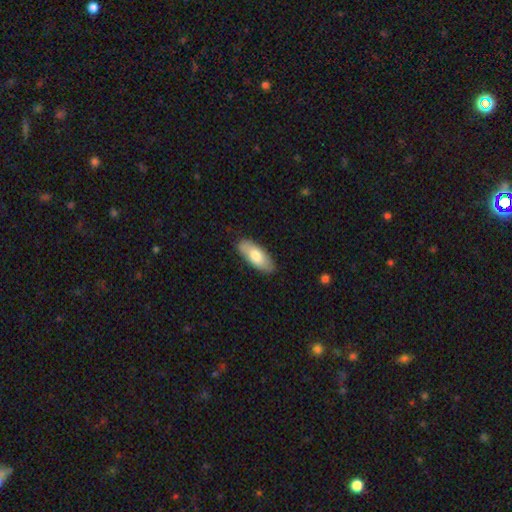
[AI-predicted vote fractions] Q: Smooth or featured?
A: smooth (75%); runner-up: featured or disk (19%)
Q: How rounded?
A: in between (82%); runner-up: cigar-shaped (16%)
Q: Merging?
A: none (84%); runner-up: minor disturbance (12%)